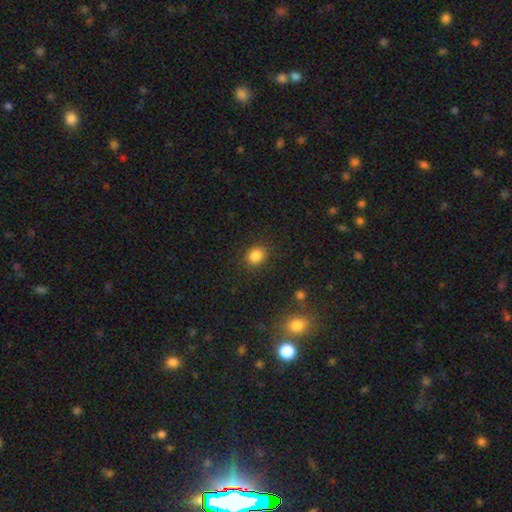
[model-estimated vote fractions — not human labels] Overall: smooth (85%). How rounded: round (65%; in between 34%). Merging: none (86%).